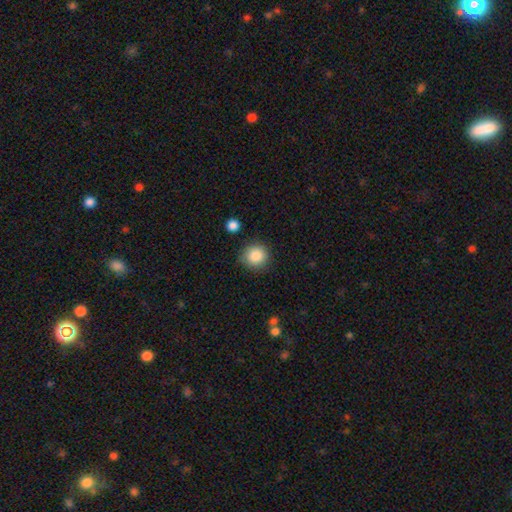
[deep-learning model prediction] This appears to be a smooth galaxy with no disk features (86%) that is round (92%). Merging: none (86%).